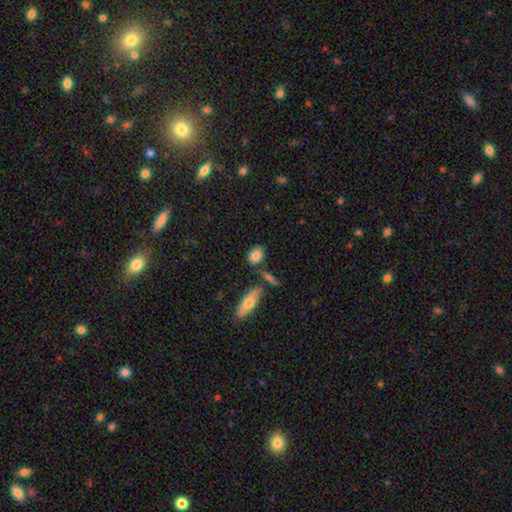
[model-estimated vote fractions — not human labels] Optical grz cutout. It shows a smooth galaxy with no disk features (81%) that is in between round and cigar-shaped (72%). Merging: none (71%).